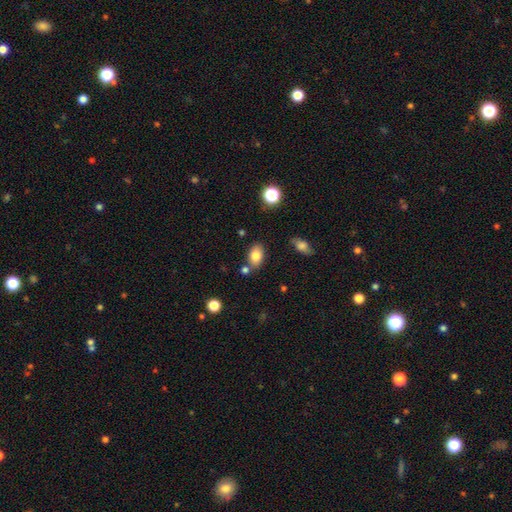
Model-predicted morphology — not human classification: smooth 81%, featured or disk 9%, star or artifact 9%. Down the decision tree: how rounded — in between (86%); merging — none (74%).